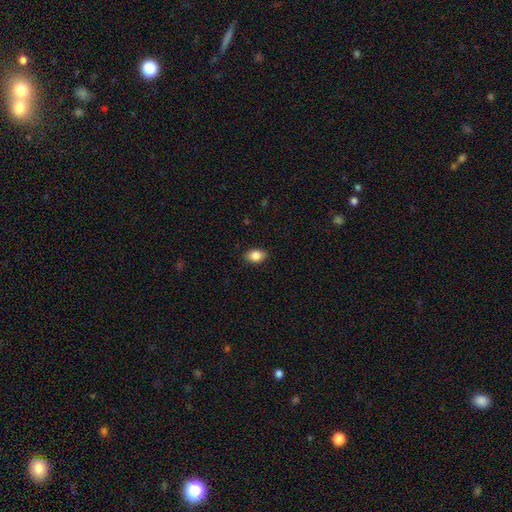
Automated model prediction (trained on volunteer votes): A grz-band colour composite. It shows a smooth galaxy with no disk features (86%) that is in between round and cigar-shaped (80%). Merging: none (87%).